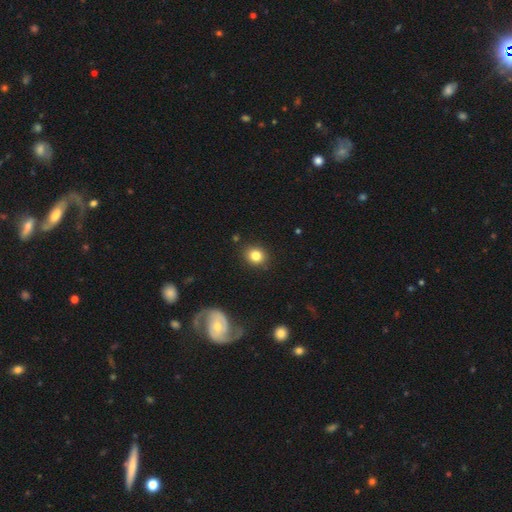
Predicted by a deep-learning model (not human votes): A smooth galaxy with no disk features (82%) that is round (72%).

Vote fractions:
- Smooth or featured? smooth: 82% / star or artifact: 11% / featured or disk: 7%
- How rounded? round: 72% / in between: 27% / cigar-shaped: 1%
- Merging? none: 88% / minor disturbance: 8% / major disturbance: 2% / merger: 2%